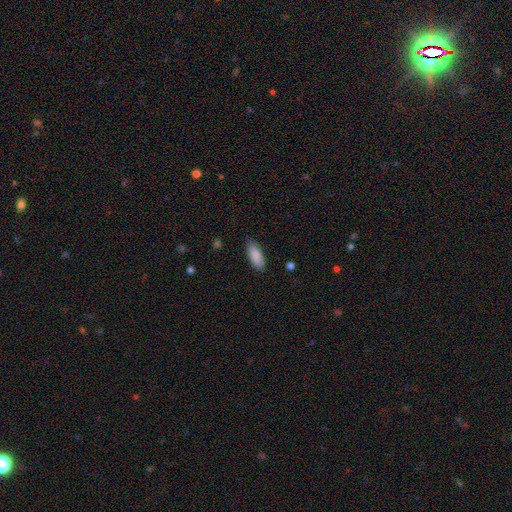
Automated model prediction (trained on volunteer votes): smooth 89%, star or artifact 6%, featured or disk 5%. Down the decision tree: how rounded — in between (77%); merging — none (85%).